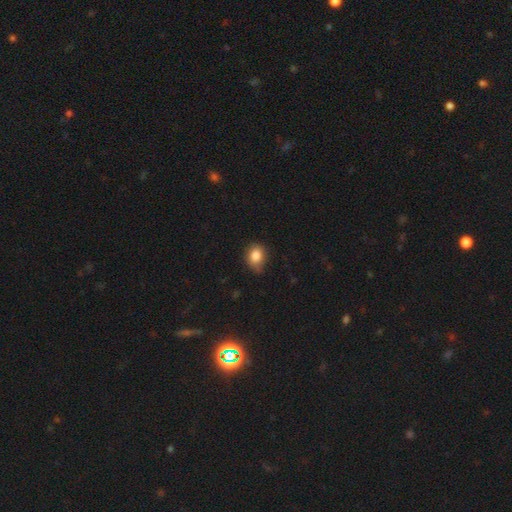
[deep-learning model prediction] smooth_or_featured: smooth (p=0.83) [alt: star or artifact p=0.09]
how_rounded: round (p=0.51) [alt: in between p=0.48]
merging: none (p=0.63) [alt: minor disturbance p=0.30]